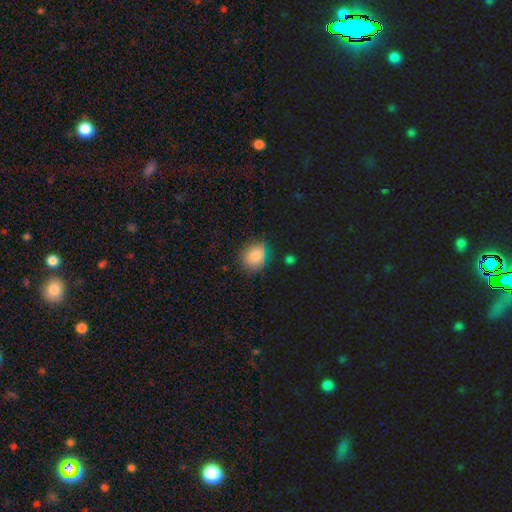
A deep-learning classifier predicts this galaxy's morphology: This appears to be a smooth galaxy with no disk features (81%) that is round (67%). Merging: none (79%).